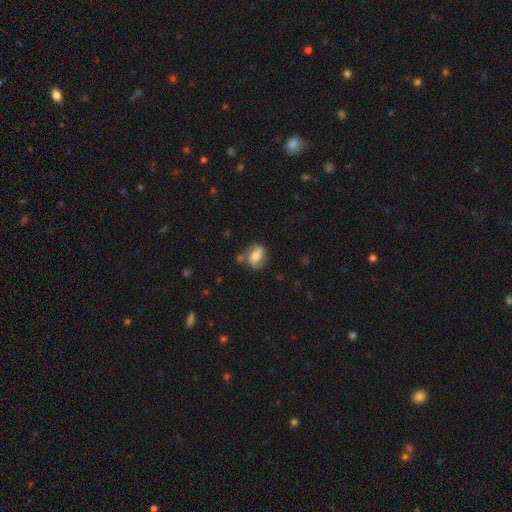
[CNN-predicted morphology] Q: Smooth or featured?
A: smooth (48%); runner-up: featured or disk (44%)
Q: Merging?
A: none (60%); runner-up: minor disturbance (21%)